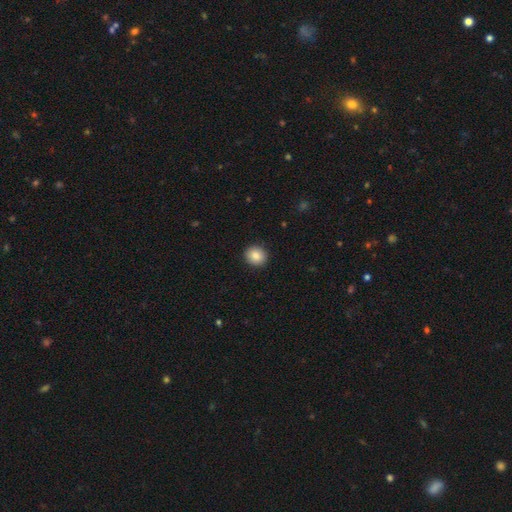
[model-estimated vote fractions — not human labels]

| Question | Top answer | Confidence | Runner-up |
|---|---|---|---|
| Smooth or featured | smooth | 86% | star or artifact (9%) |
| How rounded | round | 85% | in between (14%) |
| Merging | none | 92% | minor disturbance (6%) |